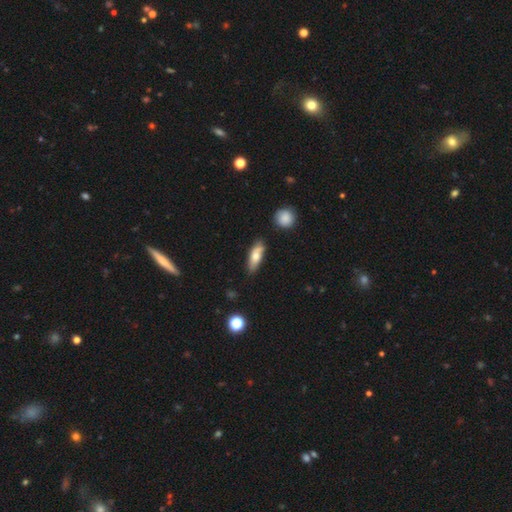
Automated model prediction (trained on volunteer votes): smooth-or-featured: smooth: 70% | featured or disk: 23% | star or artifact: 6%
  how-rounded: in between: 62% | cigar-shaped: 35% | round: 3%
  merging: none: 74% | minor disturbance: 18% | merger: 5% | major disturbance: 3%